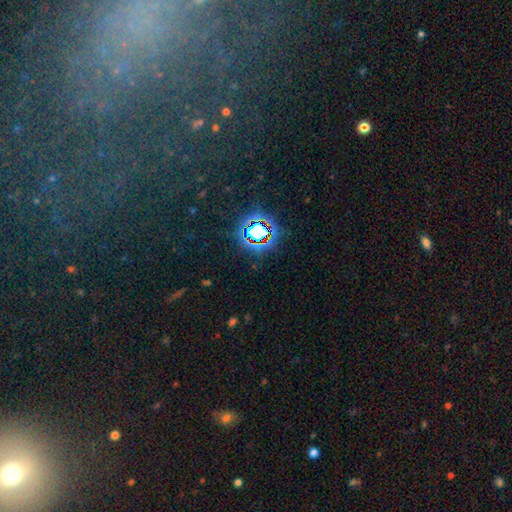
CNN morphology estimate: Smooth or featured? star or artifact (73%)